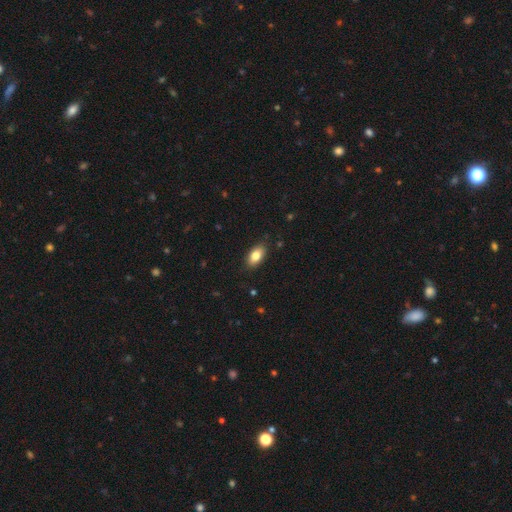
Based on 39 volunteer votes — Volunteers were most divided on "how rounded": in between: 89%, round: 11%, cigar-shaped: 0%. More confident: merging — none (92%); smooth or featured — smooth (90%).